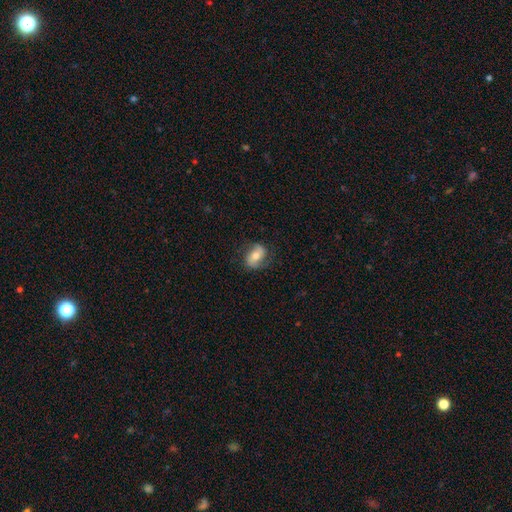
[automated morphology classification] This is possibly a featured or disk galaxy (51%). It is clearly not viewed edge-on (95%). Merging: likely none (72%).